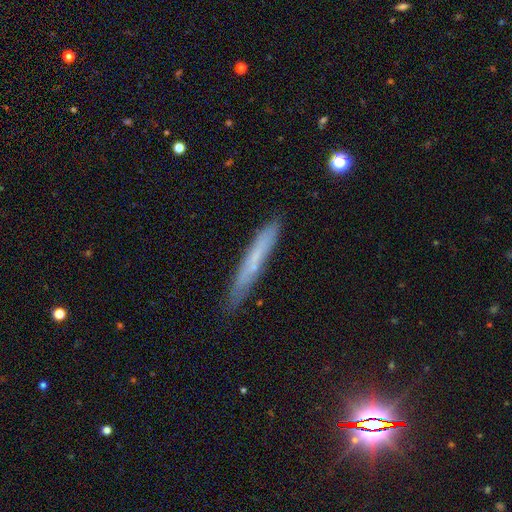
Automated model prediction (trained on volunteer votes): The model was most divided on "smooth or featured": smooth: 53%, featured or disk: 38%, star or artifact: 9%. More confident: how rounded — cigar-shaped (95%); merging — none (83%).